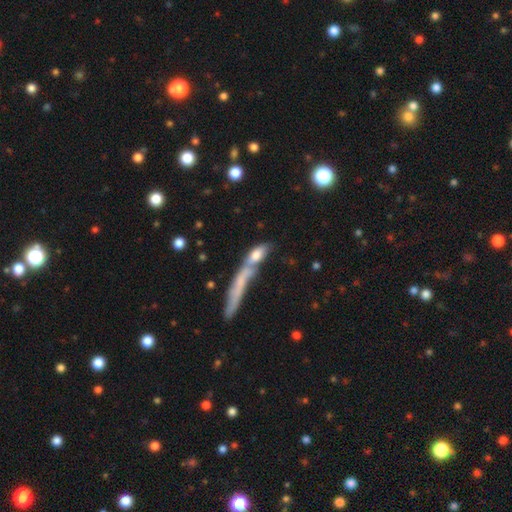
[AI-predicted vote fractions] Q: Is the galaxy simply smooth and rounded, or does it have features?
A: smooth — 69%.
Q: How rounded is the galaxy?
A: in between — 54%.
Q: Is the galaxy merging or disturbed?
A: merger — 49%.